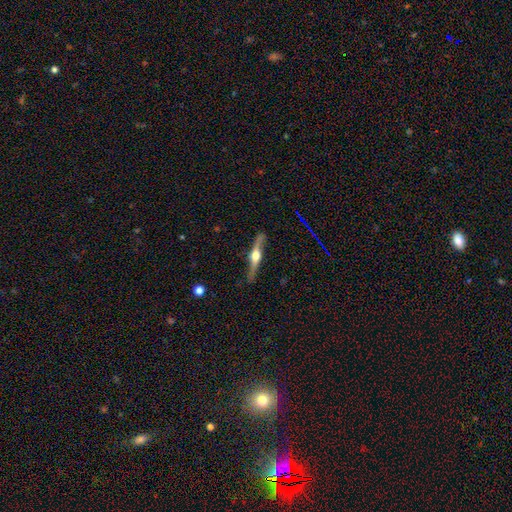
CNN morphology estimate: type=featured or disk (80%); edge-on=yes (92%); edge-on bulge=rounded (93%); merging=none (78%).